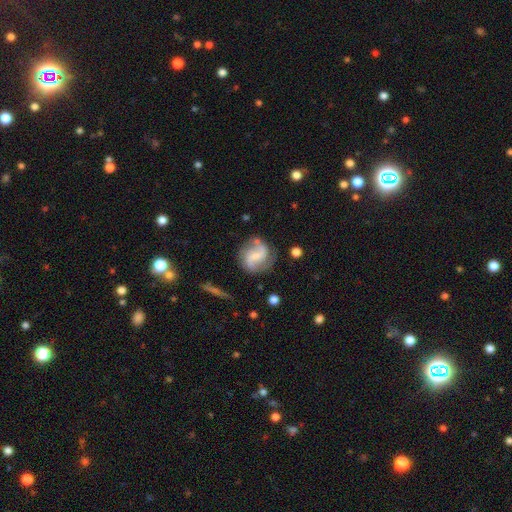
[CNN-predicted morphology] This is clearly a featured or disk galaxy (81%). It is clearly not viewed edge-on (98%). Bar: marginally weak (44%). Spiral arm pattern: clearly yes (95%). Spiral arm count: clearly 2 (87%). Spiral winding: possibly medium (48%). Central bulge: possibly small (56%). Merging: likely none (75%).